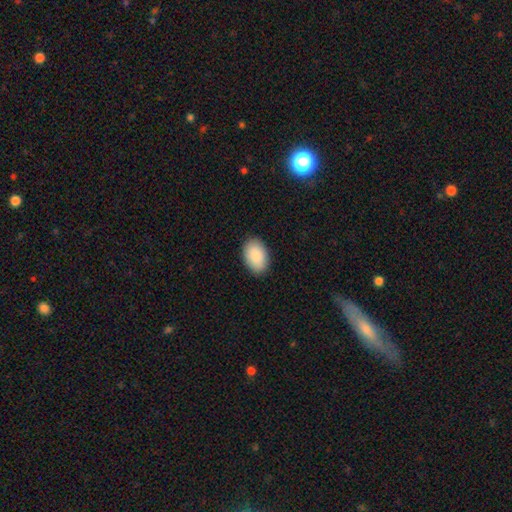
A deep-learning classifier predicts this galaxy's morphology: Overall: smooth (89%). How rounded: in between (91%). Merging: none (88%).